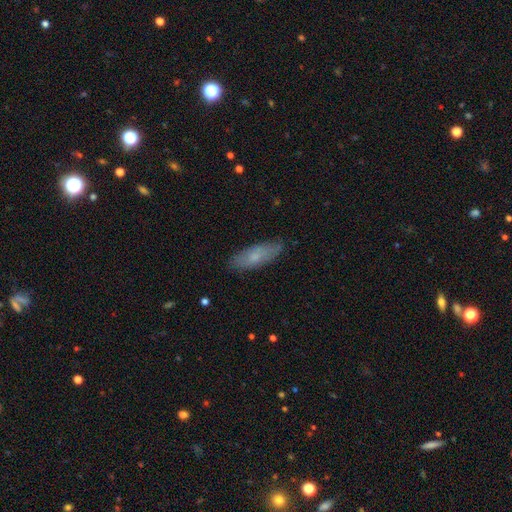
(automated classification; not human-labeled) Smooth or featured? Predicted: smooth (p=0.70). How rounded? Predicted: in between (p=0.59). Merging? Predicted: none (p=0.82).